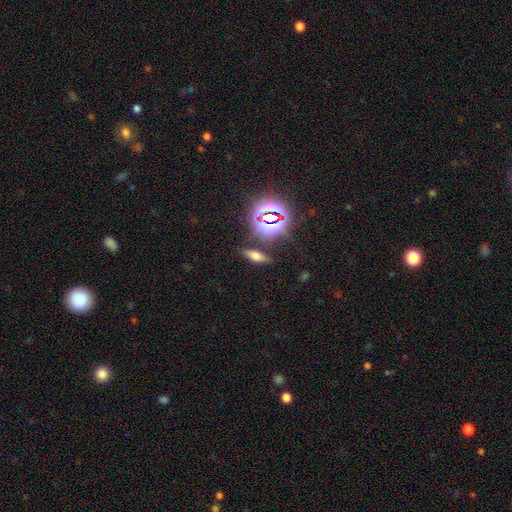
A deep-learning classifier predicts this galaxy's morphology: Smooth or featured? smooth (53%)
How rounded? in between (55%)
Merging? none (83%)